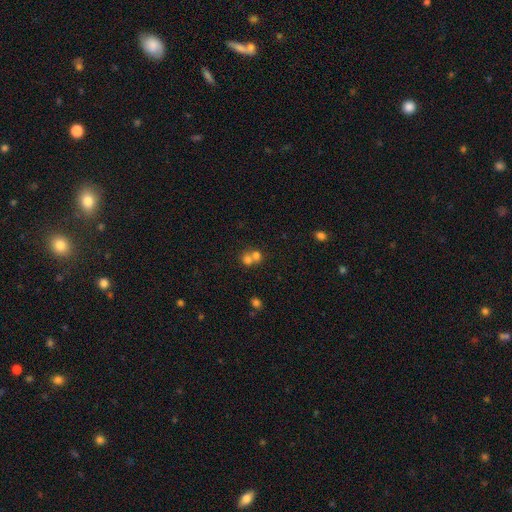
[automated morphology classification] Q: Smooth or featured?
A: smooth (69%); runner-up: featured or disk (16%)
Q: How rounded?
A: round (75%); runner-up: in between (24%)
Q: Merging?
A: merger (64%); runner-up: none (29%)